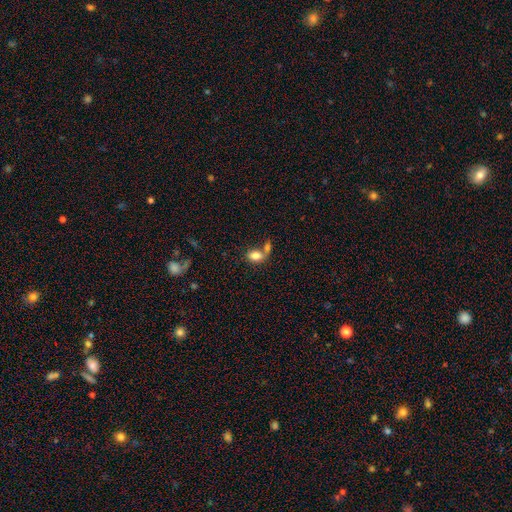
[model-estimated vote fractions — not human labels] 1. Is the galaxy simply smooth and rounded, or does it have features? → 80% smooth, 11% featured or disk, 9% star or artifact.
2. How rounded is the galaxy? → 82% in between, 16% round, 2% cigar-shaped.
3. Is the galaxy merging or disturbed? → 47% merger, 35% none, 11% minor disturbance, 7% major disturbance.